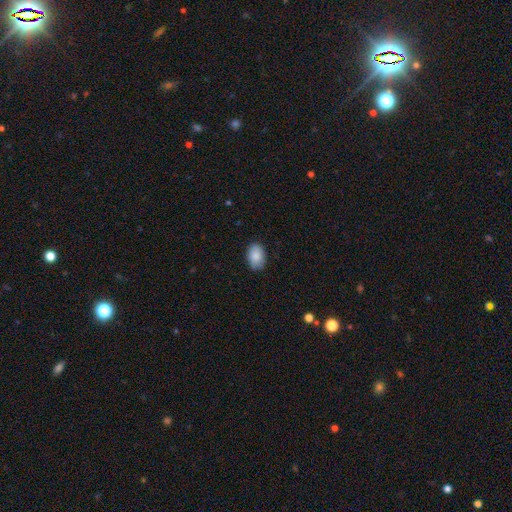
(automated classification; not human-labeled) Overall: smooth (88%). How rounded: in between (88%). Merging: none (84%).